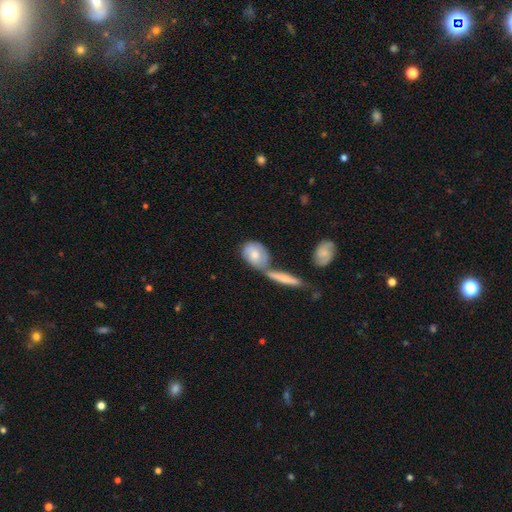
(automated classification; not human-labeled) smooth 53%, featured or disk 39%, star or artifact 8%. Down the decision tree: how rounded — in between (59%); merging — merger (40%).